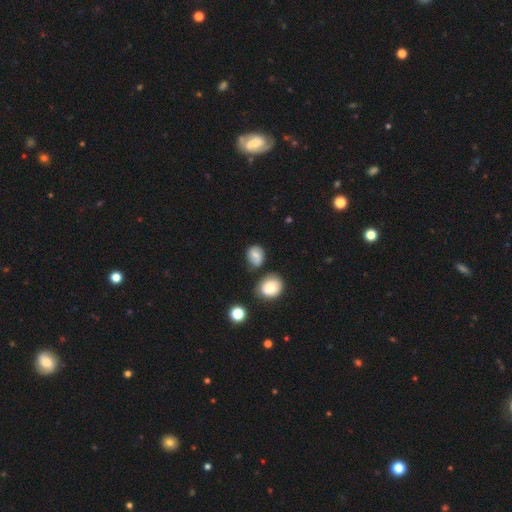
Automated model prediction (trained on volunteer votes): Morphology: type=smooth (69%); roundness=round (62%); merging=none (69%).